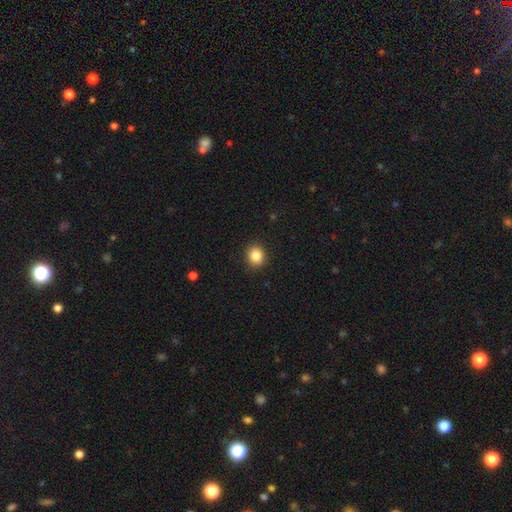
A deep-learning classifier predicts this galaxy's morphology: smooth 85%, star or artifact 10%, featured or disk 5%. Down the decision tree: how rounded — round (79%); merging — none (91%).